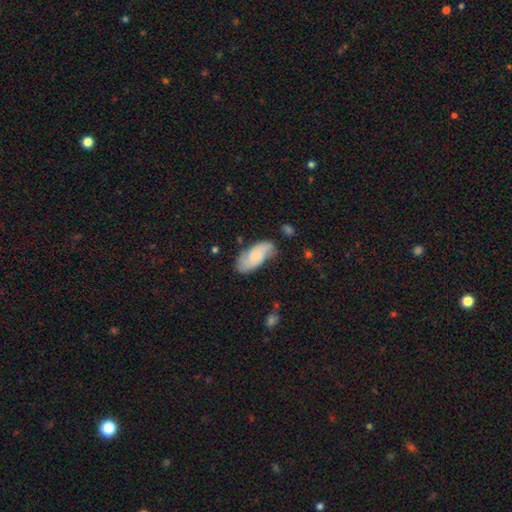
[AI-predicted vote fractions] This appears to be a smooth galaxy with no disk features (58%) that is in between round and cigar-shaped (87%). Merging: none (64%).